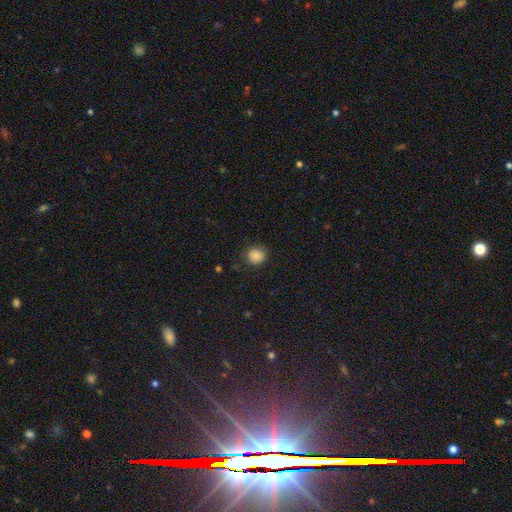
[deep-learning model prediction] Smooth or featured? Predicted: smooth (p=0.85). How rounded? Predicted: round (p=0.86). Merging? Predicted: none (p=0.83).